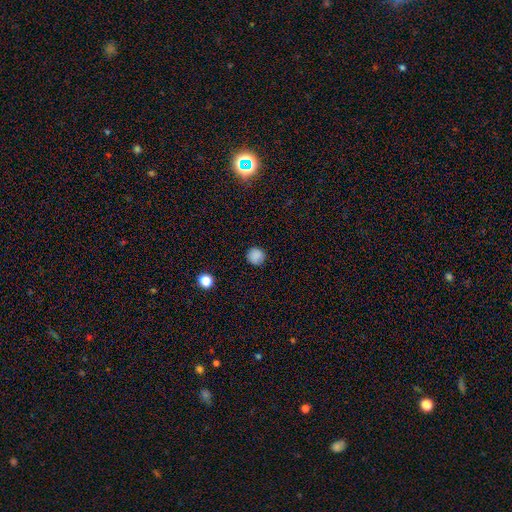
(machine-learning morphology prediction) smooth-or-featured: smooth: 85% | star or artifact: 11% | featured or disk: 3%
  how-rounded: round: 94% | in between: 5% | cigar-shaped: 1%
  merging: none: 89% | minor disturbance: 7% | major disturbance: 2% | merger: 1%